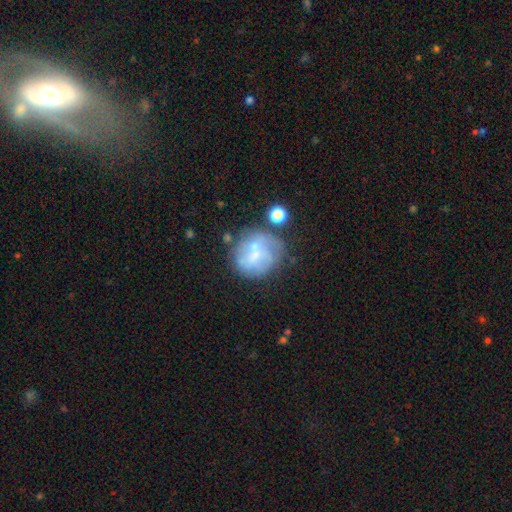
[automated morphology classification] Smooth or featured: smooth — 45% (featured or disk — 44%)
Merging: none — 49% (minor disturbance — 22%)